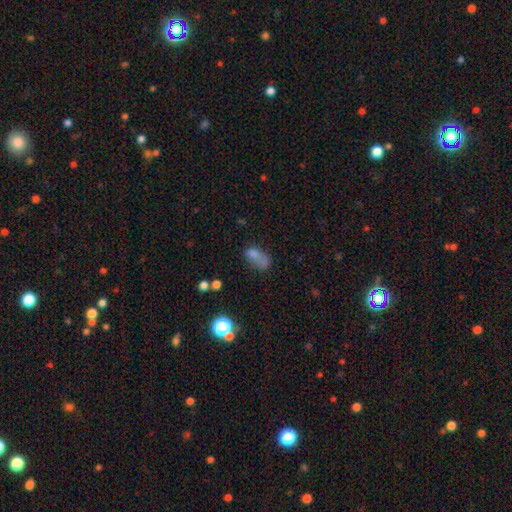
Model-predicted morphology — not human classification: Smooth or featured? smooth (68%)
How rounded? in between (86%)
Merging? none (29%)